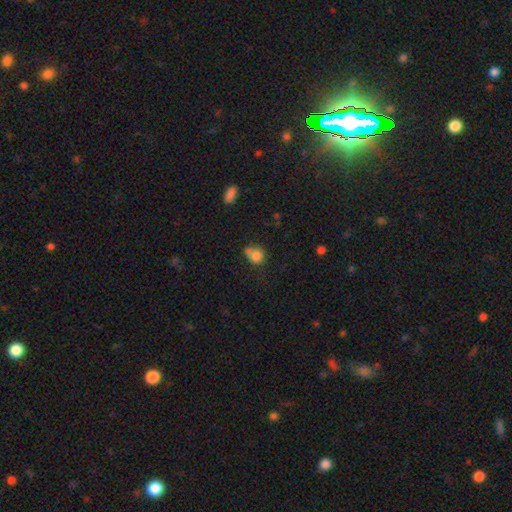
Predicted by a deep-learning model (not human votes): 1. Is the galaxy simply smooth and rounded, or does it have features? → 80% smooth, 11% star or artifact, 9% featured or disk.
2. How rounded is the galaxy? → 71% round, 28% in between, 1% cigar-shaped.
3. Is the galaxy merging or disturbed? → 43% none, 28% merger, 21% minor disturbance, 8% major disturbance.